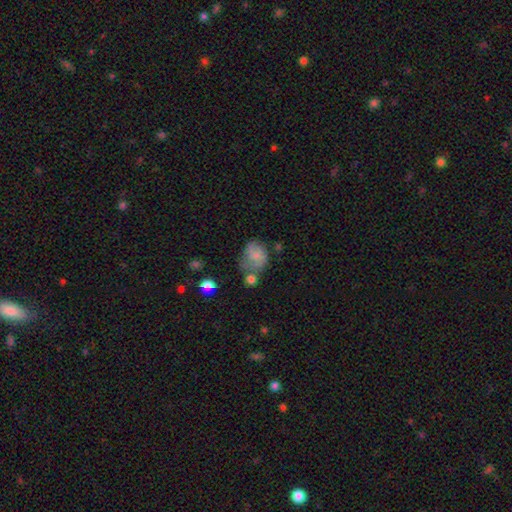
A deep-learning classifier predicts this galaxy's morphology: A smooth galaxy with no disk features (62%) that is round (51%). Merging: none (34%).